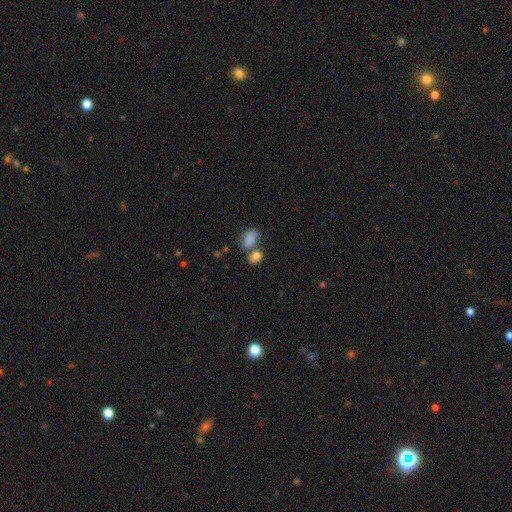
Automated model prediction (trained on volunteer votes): smooth 83%, star or artifact 10%, featured or disk 7%. Down the decision tree: how rounded — in between (82%); merging — none (43%).